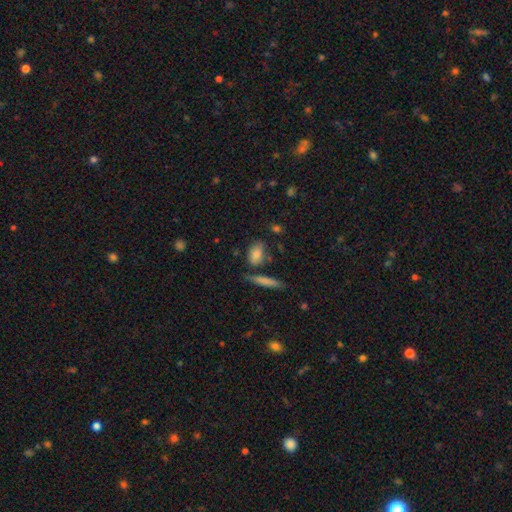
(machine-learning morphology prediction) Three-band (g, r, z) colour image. It shows a smooth galaxy with no disk features (82%) that is in between round and cigar-shaped (81%). Merging: none (65%).